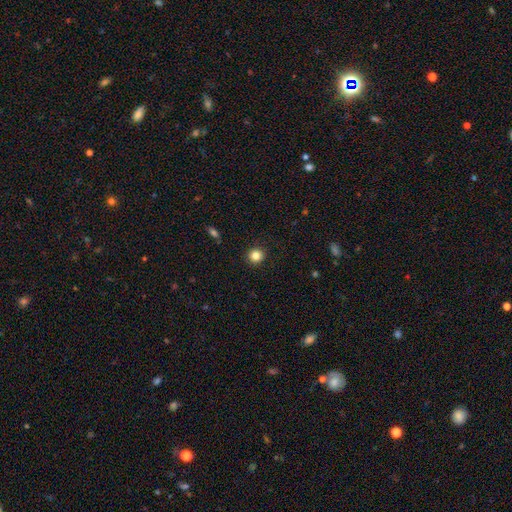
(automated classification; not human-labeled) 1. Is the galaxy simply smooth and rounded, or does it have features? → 84% smooth, 11% star or artifact, 5% featured or disk.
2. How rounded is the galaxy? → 91% round, 8% in between, 1% cigar-shaped.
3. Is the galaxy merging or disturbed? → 92% none, 6% minor disturbance, 2% major disturbance, 1% merger.